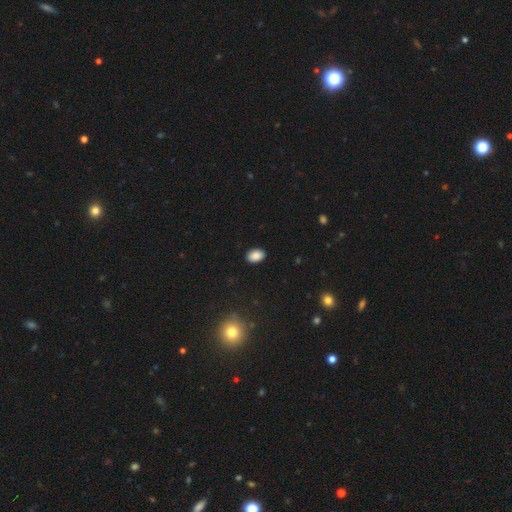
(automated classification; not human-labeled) Q: Smooth or featured?
A: smooth (87%); runner-up: star or artifact (9%)
Q: How rounded?
A: in between (82%); runner-up: round (17%)
Q: Merging?
A: none (89%); runner-up: minor disturbance (8%)